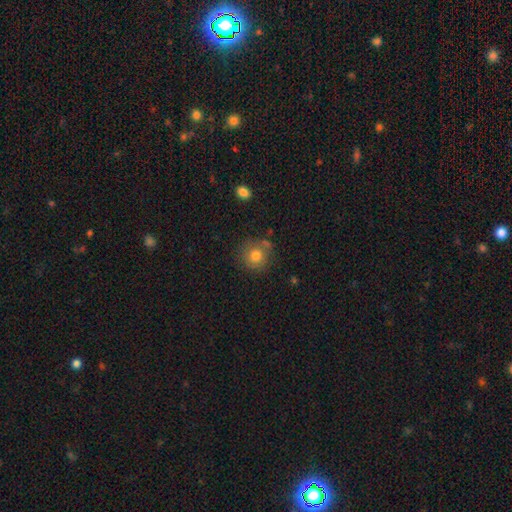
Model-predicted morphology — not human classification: A smooth galaxy with no disk features (77%) that is round (91%).

Vote fractions:
- Smooth or featured? smooth: 77% / featured or disk: 12% / star or artifact: 11%
- How rounded? round: 91% / in between: 9% / cigar-shaped: 1%
- Merging? none: 74% / minor disturbance: 15% / merger: 6% / major disturbance: 5%